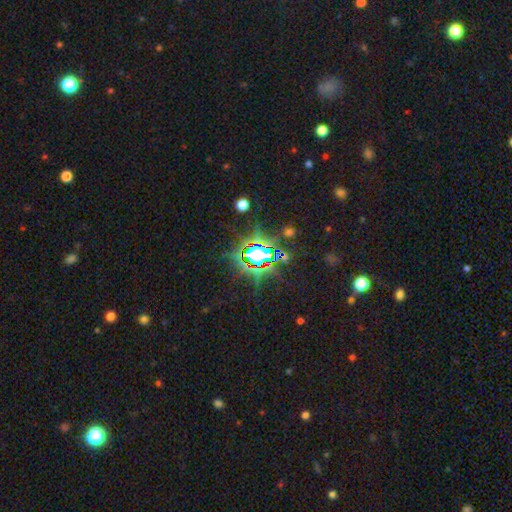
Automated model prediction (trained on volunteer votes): star or artifact 78%, smooth 12%, featured or disk 10%.